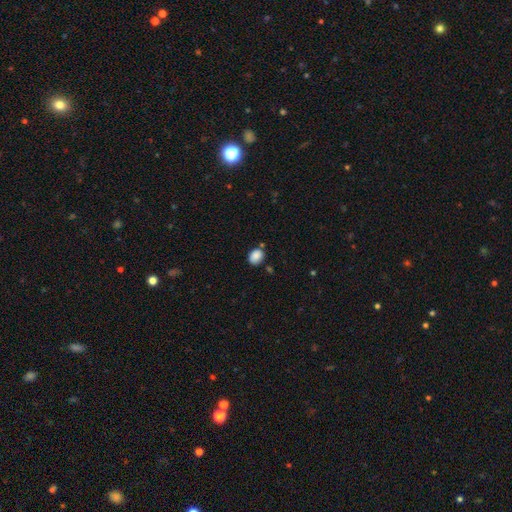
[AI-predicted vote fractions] This appears to be a smooth galaxy with no disk features (86%) that is in between round and cigar-shaped (54%). Merging: none (74%).